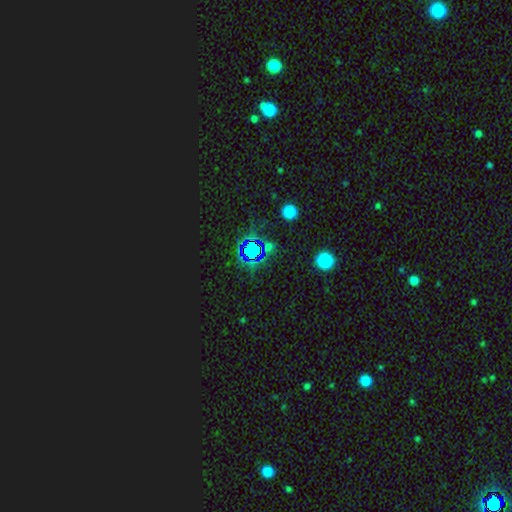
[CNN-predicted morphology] Q: Smooth or featured?
A: star or artifact (73%); runner-up: smooth (17%)